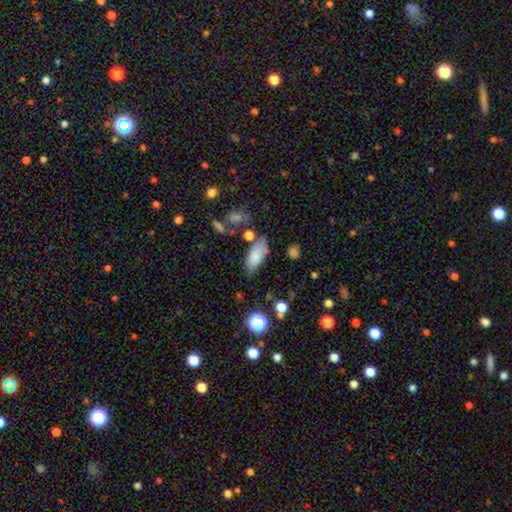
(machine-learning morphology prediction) type=smooth (80%); roundness=in between (86%); merging=none (61%).